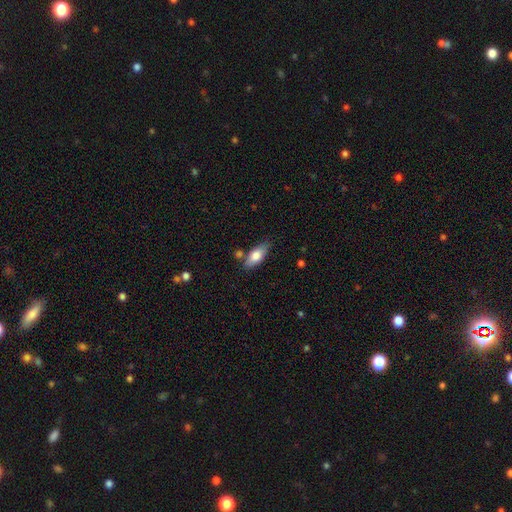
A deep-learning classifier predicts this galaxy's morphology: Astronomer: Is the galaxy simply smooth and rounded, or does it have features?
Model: smooth — 74%.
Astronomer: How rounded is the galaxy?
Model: in between — 81%.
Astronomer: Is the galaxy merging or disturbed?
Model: none — 75%.